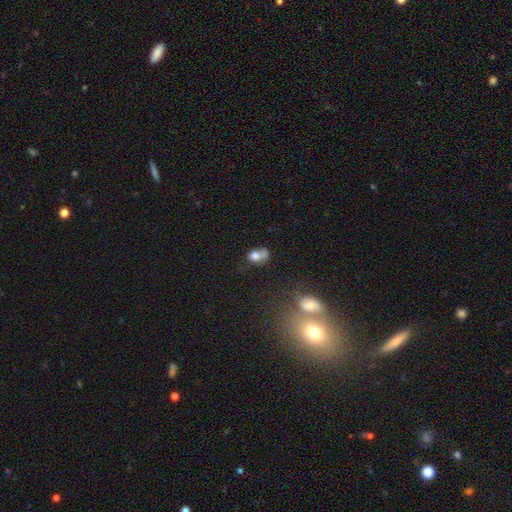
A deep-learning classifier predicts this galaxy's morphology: The model was most divided on "merging": merger: 29%, none: 27%, major disturbance: 23%, minor disturbance: 21%. More confident: smooth or featured — smooth (66%); how rounded — in between (65%).